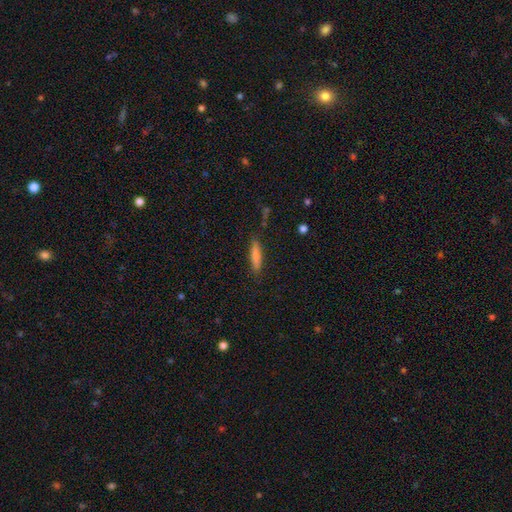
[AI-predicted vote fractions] A smooth galaxy with no disk features (79%) that is cigar-shaped (84%). Merging: none (84%).